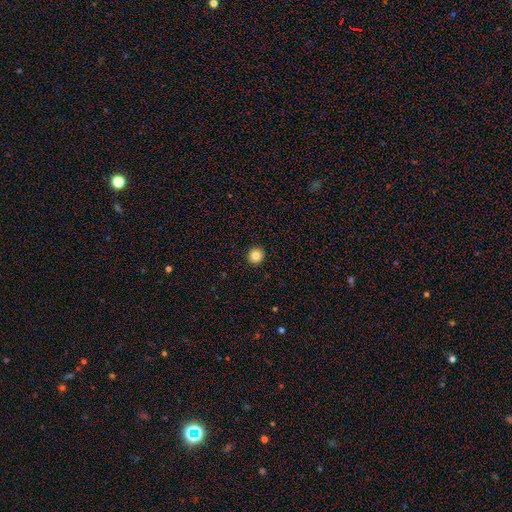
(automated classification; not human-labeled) smooth-or-featured: smooth: 83% | star or artifact: 11% | featured or disk: 6%
  how-rounded: round: 90% | in between: 9% | cigar-shaped: 1%
  merging: none: 93% | minor disturbance: 5% | major disturbance: 2% | merger: 1%